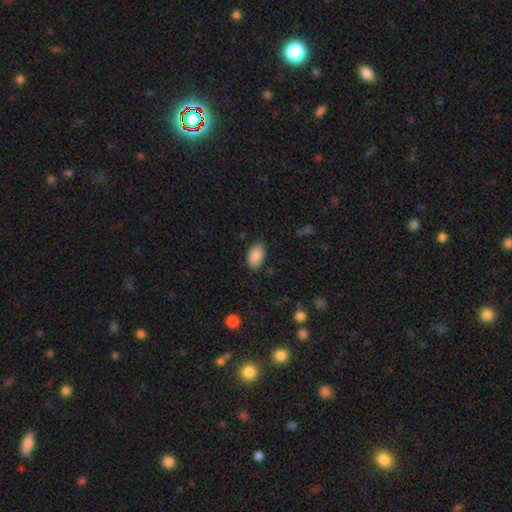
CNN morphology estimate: The model was most divided on "merging": none: 79%, minor disturbance: 16%, major disturbance: 3%, merger: 1%. More confident: how rounded — in between (92%); smooth or featured — smooth (89%).